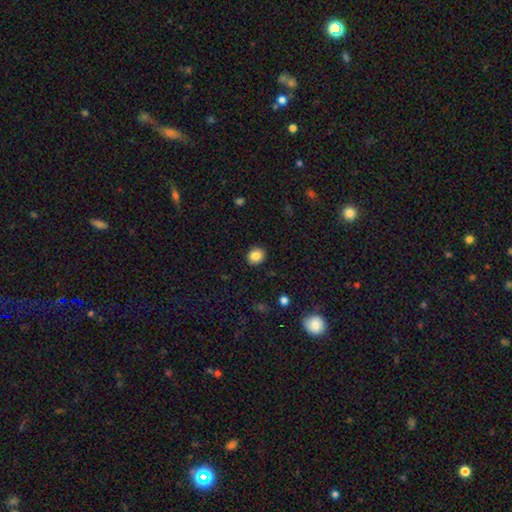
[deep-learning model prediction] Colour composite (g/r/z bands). It shows a smooth galaxy with no disk features (85%) that is round (80%). Merging: none (91%).